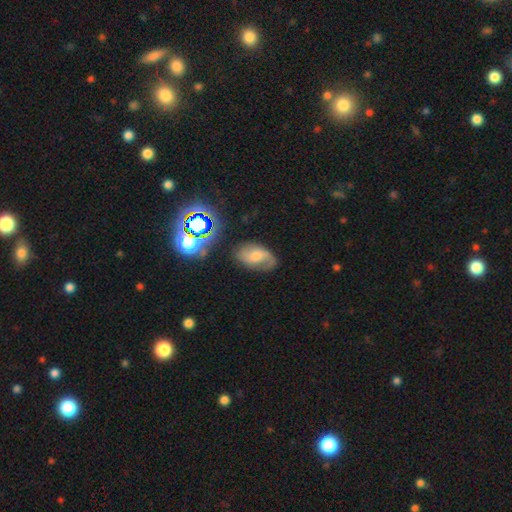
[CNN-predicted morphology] Smooth or featured: featured or disk — 52% (smooth — 33%)
Edge-on disk: no — 95% (yes — 5%)
Merging: none — 63% (minor disturbance — 24%)